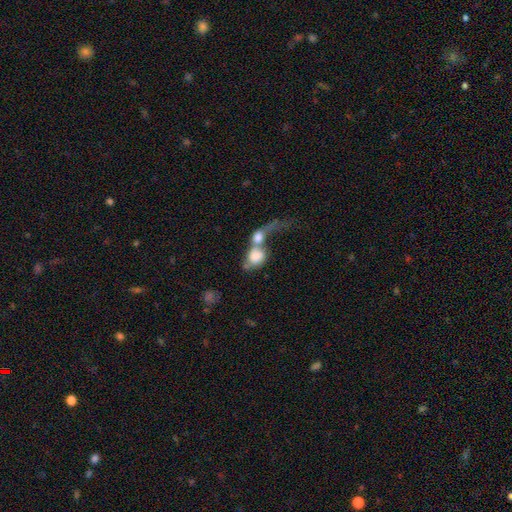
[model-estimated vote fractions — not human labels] A smooth galaxy with no disk features (67%) that is in between round and cigar-shaped (53%). Merging: merger (74%).